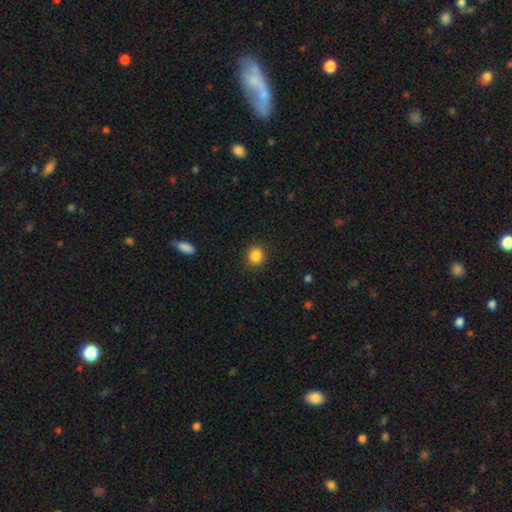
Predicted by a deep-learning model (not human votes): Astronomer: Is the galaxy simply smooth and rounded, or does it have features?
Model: smooth — 86%.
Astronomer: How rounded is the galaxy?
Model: round — 83%.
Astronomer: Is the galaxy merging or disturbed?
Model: none — 90%.